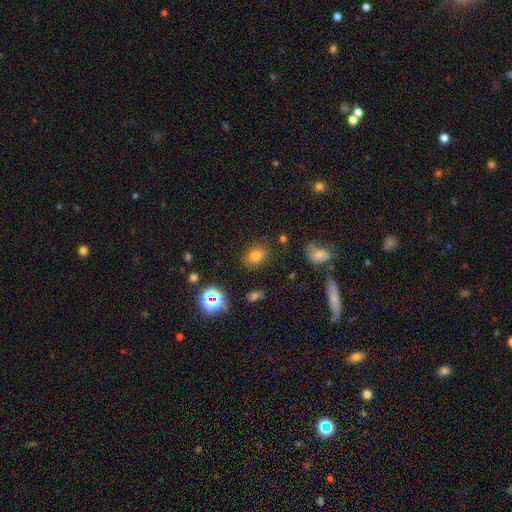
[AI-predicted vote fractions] This is likely a smooth galaxy (74%). How rounded: likely in between (61%). Merging: clearly none (83%).